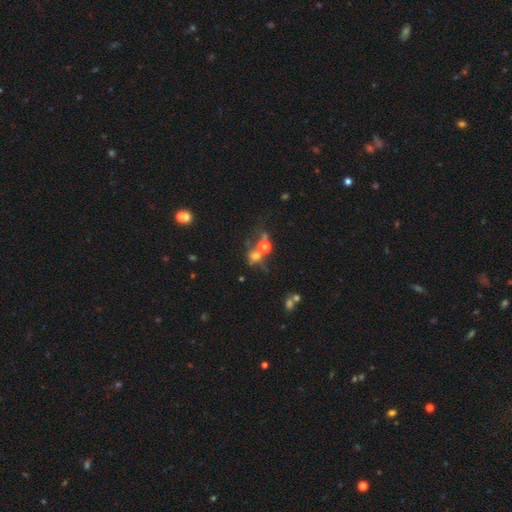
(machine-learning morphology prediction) smooth-or-featured: smooth: 58% | star or artifact: 24% | featured or disk: 18%
  how-rounded: round: 78% | in between: 21% | cigar-shaped: 2%
  merging: merger: 40% (tied) | none: 40% (tied) | minor disturbance: 10% | major disturbance: 10%